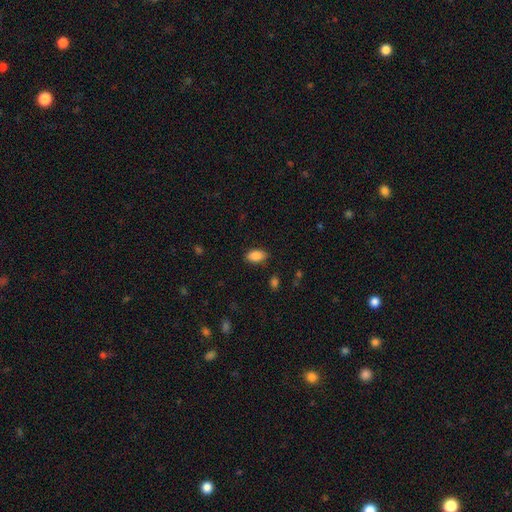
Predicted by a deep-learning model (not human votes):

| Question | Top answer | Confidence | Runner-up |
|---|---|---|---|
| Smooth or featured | smooth | 87% | star or artifact (8%) |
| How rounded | in between | 92% | round (5%) |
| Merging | none | 85% | minor disturbance (11%) |